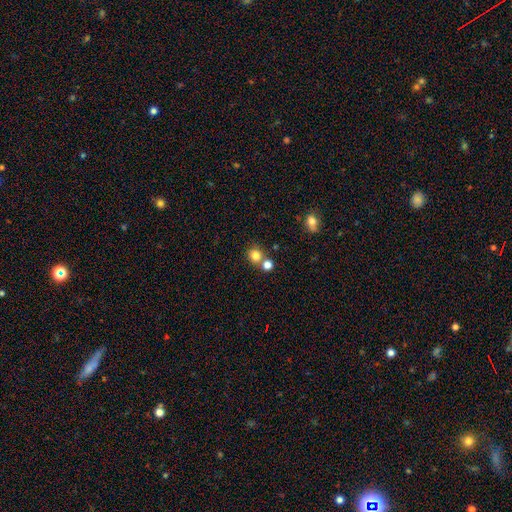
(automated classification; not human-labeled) Smooth or featured: smooth — 81% (star or artifact — 13%)
How rounded: round — 87% (in between — 12%)
Merging: none — 64% (merger — 26%)